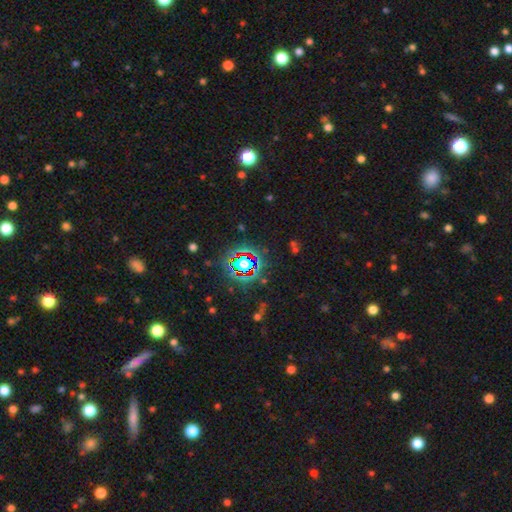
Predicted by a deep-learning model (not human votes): smooth-or-featured: star or artifact: 79% | smooth: 13% | featured or disk: 9%